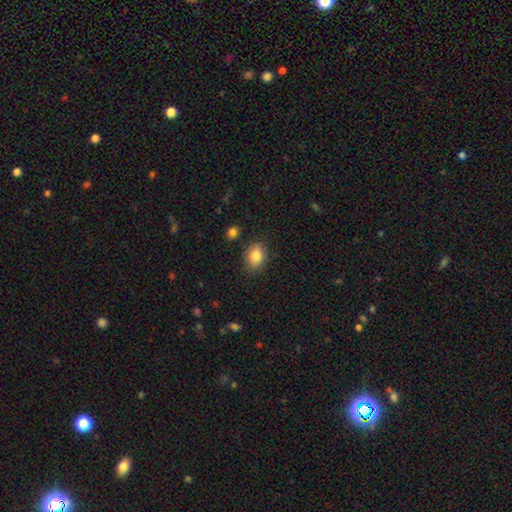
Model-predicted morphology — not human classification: Smooth or featured: smooth — 83% (star or artifact — 9%)
How rounded: in between — 69% (round — 30%)
Merging: none — 83% (minor disturbance — 12%)